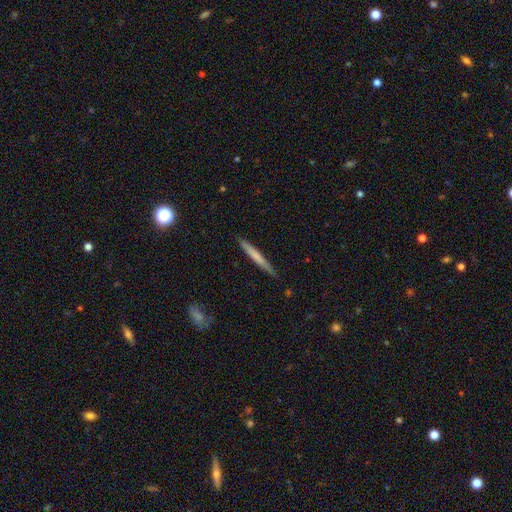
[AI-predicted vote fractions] Q: Smooth or featured?
A: smooth (61%); runner-up: featured or disk (33%)
Q: How rounded?
A: cigar-shaped (96%); runner-up: in between (2%)
Q: Merging?
A: none (87%); runner-up: minor disturbance (11%)